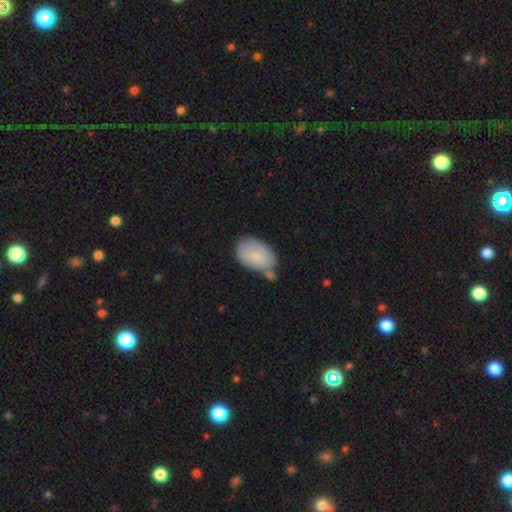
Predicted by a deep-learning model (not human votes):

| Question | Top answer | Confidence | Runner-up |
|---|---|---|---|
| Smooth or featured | smooth | 81% | featured or disk (13%) |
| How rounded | in between | 91% | round (7%) |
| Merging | none | 47% | minor disturbance (26%) |